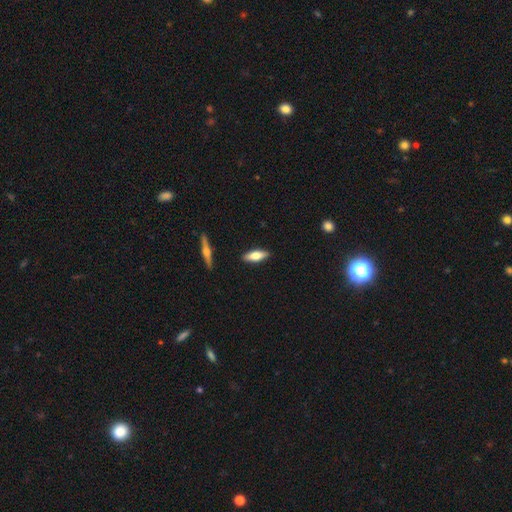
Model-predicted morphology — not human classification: Smooth or featured? Predicted: smooth (p=0.62). How rounded? Predicted: in between (p=0.55). Merging? Predicted: none (p=0.88).